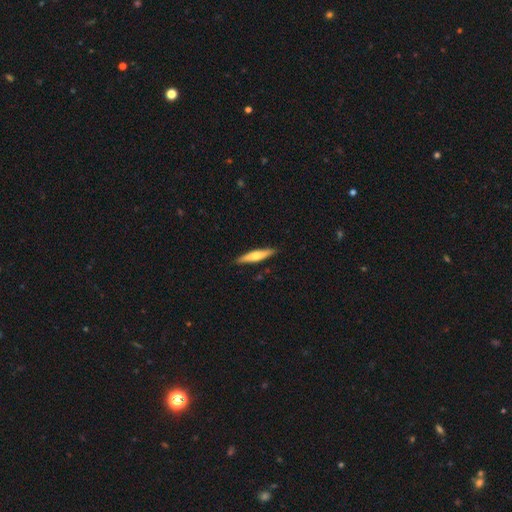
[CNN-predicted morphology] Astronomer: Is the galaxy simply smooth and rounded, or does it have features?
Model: smooth — 50% (runner-up: featured or disk, 45%).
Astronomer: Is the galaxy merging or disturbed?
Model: none — 89%.